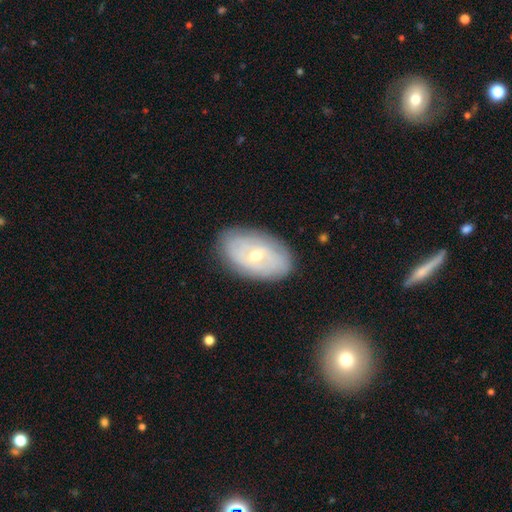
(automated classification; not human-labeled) The model was most divided on "bulge size": moderate: 57%, small: 39%, large: 2%, none: 1%, dominant: 1%. More confident: edge-on disk — no (92%); merging — none (82%); smooth or featured — featured or disk (65%); spiral arms — yes (64%); bar — no (57%).